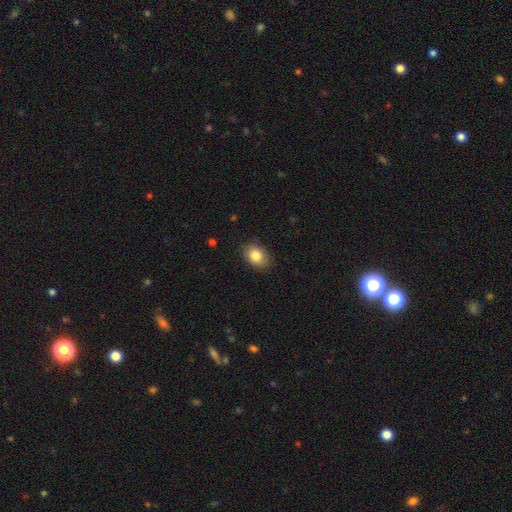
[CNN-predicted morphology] Smooth or featured? Predicted: smooth (p=0.84). How rounded? Predicted: in between (p=0.78). Merging? Predicted: none (p=0.84).